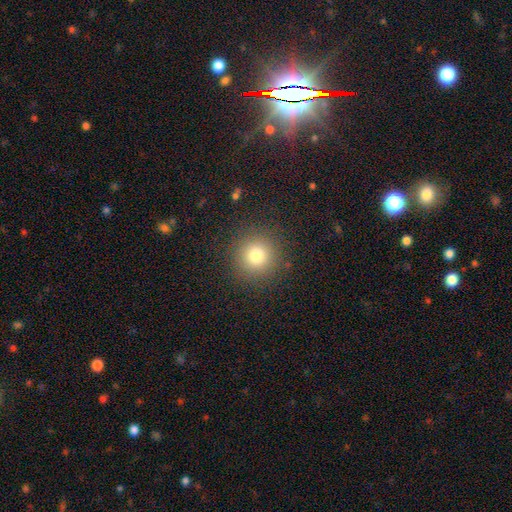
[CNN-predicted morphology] smooth 78%, star or artifact 14%, featured or disk 8%. Down the decision tree: how rounded — round (95%); merging — none (90%).